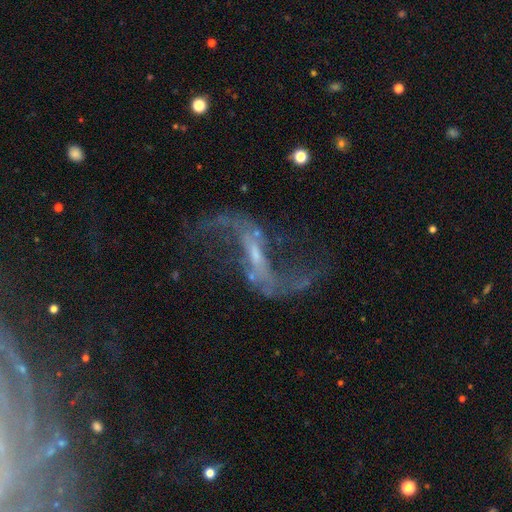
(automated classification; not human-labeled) Smooth or featured? Predicted: featured or disk (p=0.89). Edge-on disk? Predicted: no (p=0.95). Bar? Predicted: weak (p=0.41). Spiral arms? Predicted: yes (p=0.94). Spiral winding? Predicted: loose (p=0.90). Spiral arm count? Predicted: 2 (p=0.94). Bulge size? Predicted: small (p=0.61). Merging? Predicted: none (p=0.67).